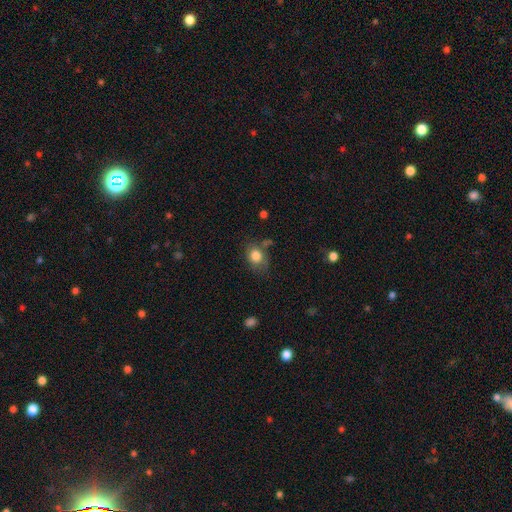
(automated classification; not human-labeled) Smooth or featured? Predicted: smooth (p=0.81). How rounded? Predicted: in between (p=0.58). Merging? Predicted: none (p=0.61).